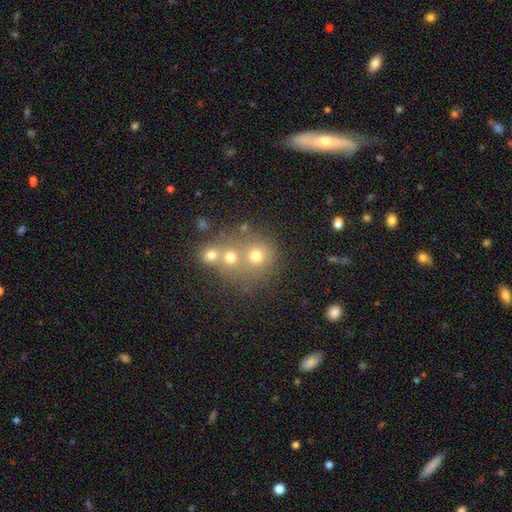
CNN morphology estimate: A smooth galaxy with no disk features (63%) that is round (83%). Merging: none (46%).